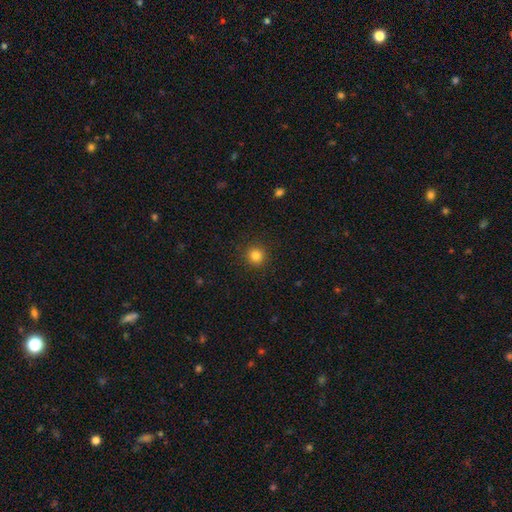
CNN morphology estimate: Smooth or featured? smooth (83%)
How rounded? round (94%)
Merging? none (92%)